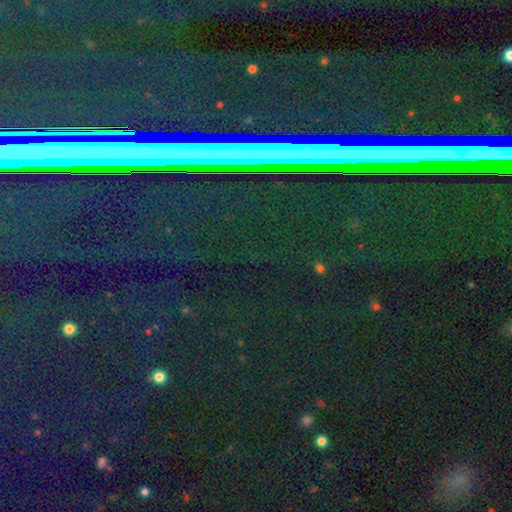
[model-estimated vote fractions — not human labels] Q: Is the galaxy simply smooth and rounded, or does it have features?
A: star or artifact — 80%.